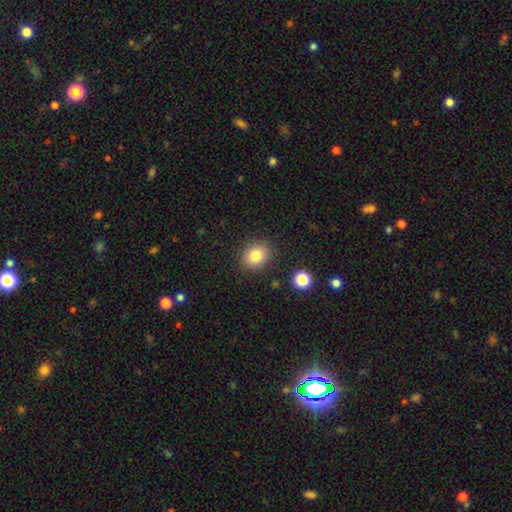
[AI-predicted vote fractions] Morphology: type=smooth (81%); roundness=round (57%); merging=none (87%).